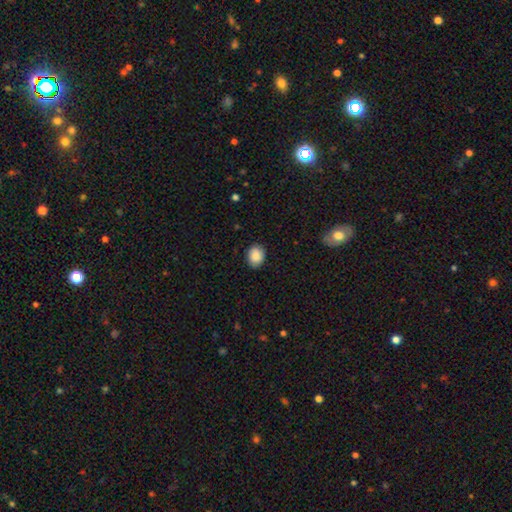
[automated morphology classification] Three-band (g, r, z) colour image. It shows a smooth galaxy with no disk features (89%) that is in between round and cigar-shaped (60%). Merging: none (86%).